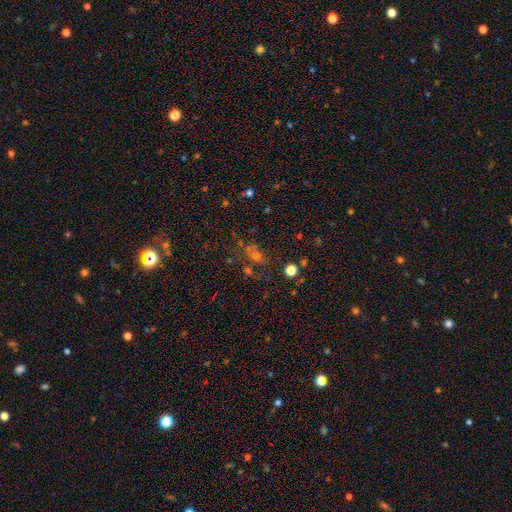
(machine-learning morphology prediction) type=smooth (50%); roundness=round (49%); merging=none (54%).